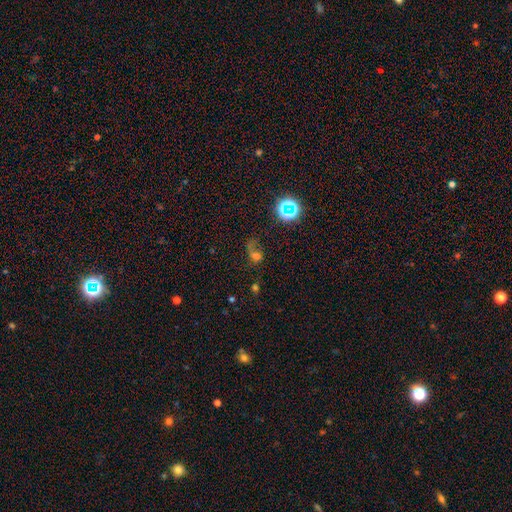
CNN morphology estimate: A smooth galaxy with no disk features (45%).

Vote fractions:
- Smooth or featured? smooth: 45% / star or artifact: 30% / featured or disk: 25%
- Merging? major disturbance: 33% / none: 32% / merger: 20% / minor disturbance: 15%